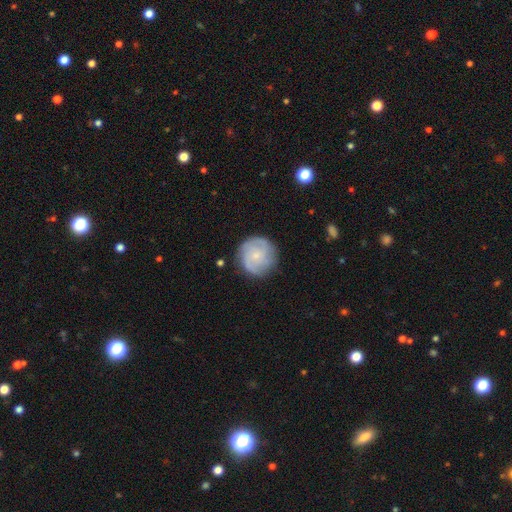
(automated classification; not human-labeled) This is likely a featured or disk galaxy (61%). It is clearly not viewed edge-on (98%). Bar: likely no (71%). Spiral arm pattern: clearly yes (89%). Spiral arm count: marginally 3 (34%). Spiral winding: possibly tight (48%). Central bulge: likely small (66%). Merging: clearly none (81%).